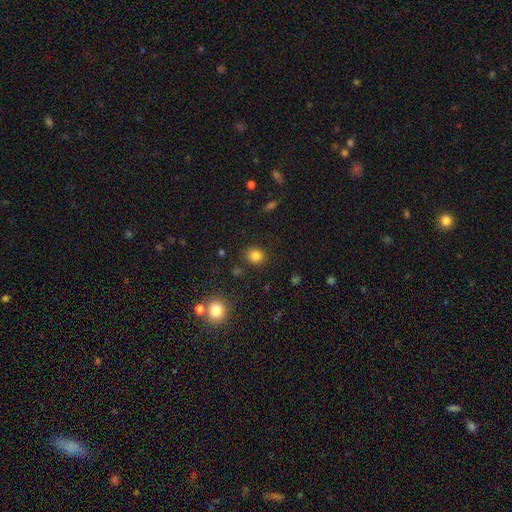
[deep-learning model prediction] This appears to be a smooth galaxy with no disk features (82%) that is round (69%). Merging: none (84%).